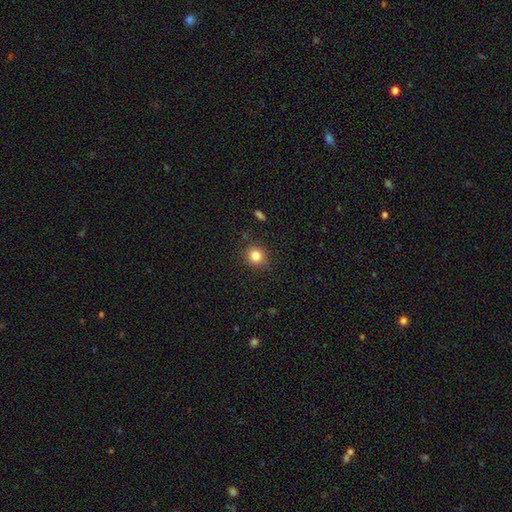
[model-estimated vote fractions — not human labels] A smooth galaxy with no disk features (83%) that is round (89%). Merging: none (87%).